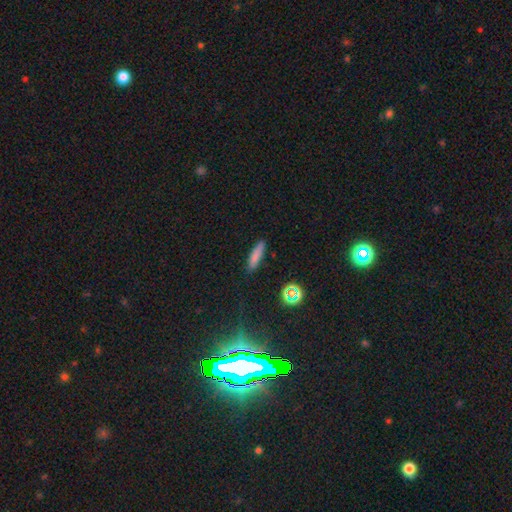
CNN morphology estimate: Smooth or featured: smooth — 78% (star or artifact — 11%)
How rounded: cigar-shaped — 80% (in between — 18%)
Merging: none — 86% (minor disturbance — 10%)